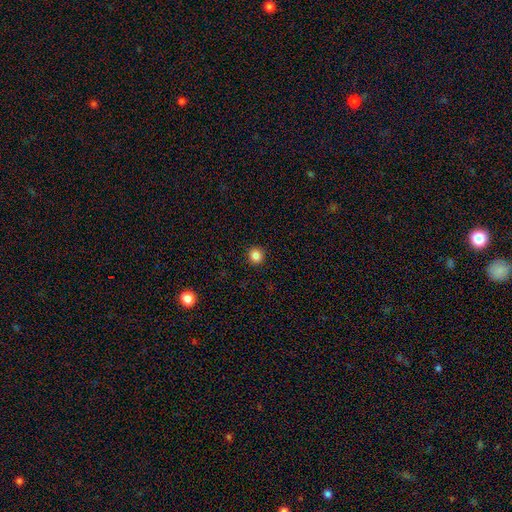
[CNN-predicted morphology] Smooth or featured?
  - smooth: 85% *
  - star or artifact: 12%
  - featured or disk: 4%
How rounded?
  - round: 91% *
  - in between: 8%
  - cigar-shaped: 1%
Merging?
  - none: 93% *
  - minor disturbance: 5%
  - major disturbance: 2%
  - merger: 1%